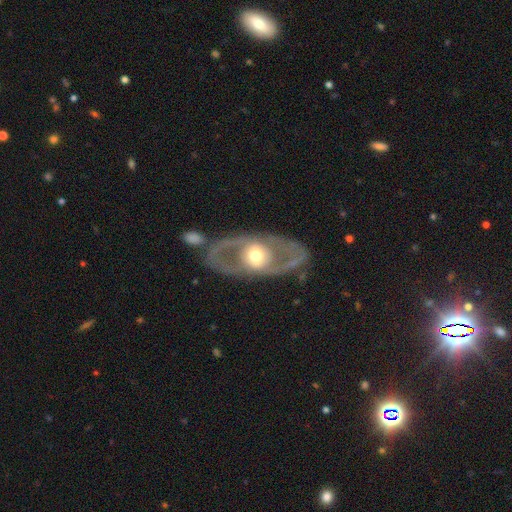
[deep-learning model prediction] smooth_or_featured: featured or disk (p=0.73) [alt: smooth p=0.22]
disk_edge_on: no (p=0.89) [alt: yes p=0.11]
bar: no (p=0.68) [alt: weak p=0.20]
has_spiral_arms: no (p=0.62) [alt: yes p=0.38]
bulge_size: moderate (p=0.64) [alt: large p=0.23]
merging: none (p=0.74) [alt: minor disturbance p=0.13]